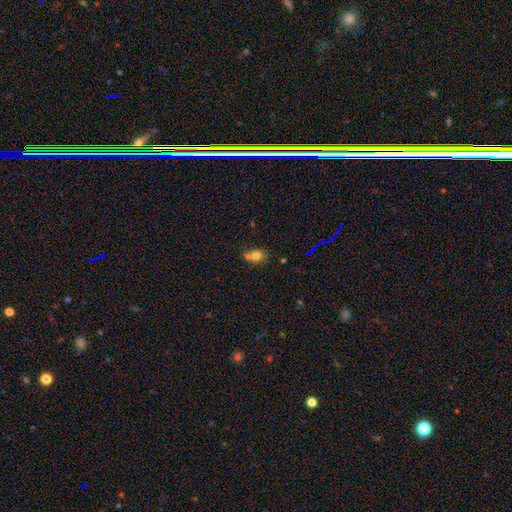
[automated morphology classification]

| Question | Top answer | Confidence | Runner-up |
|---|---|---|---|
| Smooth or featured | smooth | 74% | featured or disk (13%) |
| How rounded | in between | 59% | round (39%) |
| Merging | none | 46% | merger (31%) |